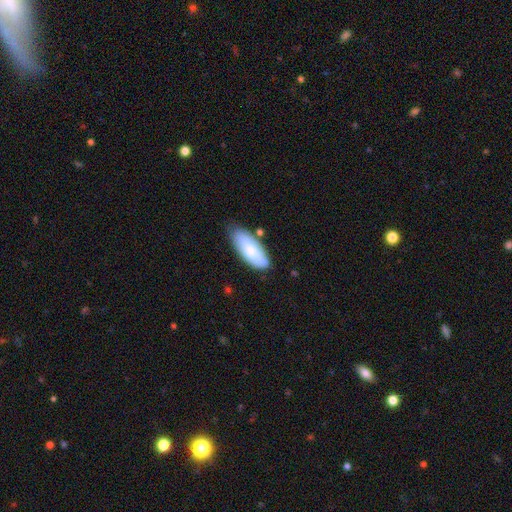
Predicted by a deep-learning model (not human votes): Morphology: type=smooth (76%); roundness=in between (82%); merging=none (66%).